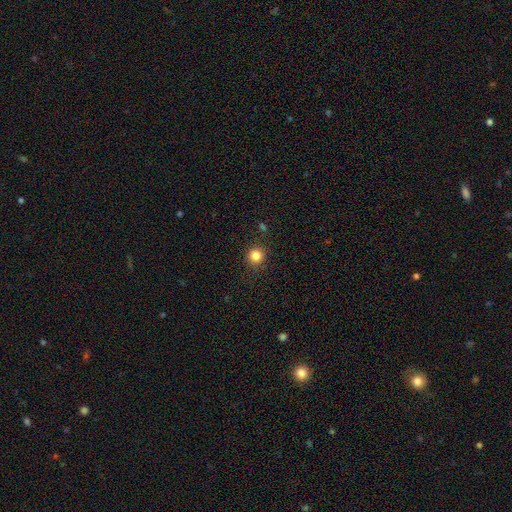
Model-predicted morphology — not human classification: smooth 84%, star or artifact 12%, featured or disk 4%. Down the decision tree: how rounded — round (92%); merging — none (88%).